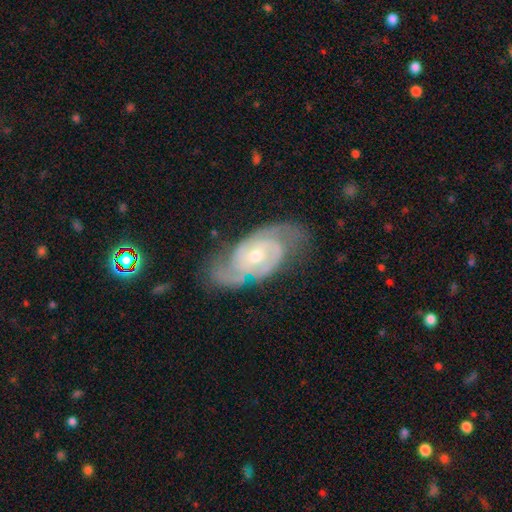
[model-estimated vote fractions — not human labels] smooth-or-featured: featured or disk: 87% | smooth: 8% | star or artifact: 5%
  disk-edge-on: no: 95% | yes: 5%
    bar: no: 63% | weak: 31% | strong: 6%
    has-spiral-arms: yes: 96% | no: 4%
      spiral-winding: tight: 52% | medium: 39% | loose: 9%
      spiral-arm-count: 2: 70% | can't tell: 12% | 3: 11% | 1: 3% | 4: 2% | more than 4: 2%
    bulge-size: moderate: 49% | small: 48% | large: 2% | none: 1% | dominant: 1%
  merging: none: 66% | minor disturbance: 23% | major disturbance: 9% | merger: 2%